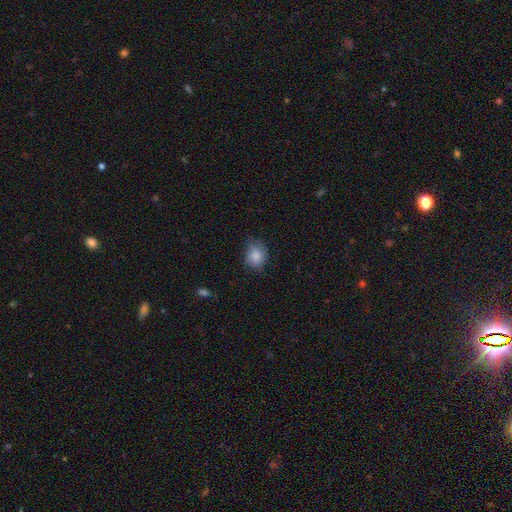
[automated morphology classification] type=smooth (86%); roundness=round (51%); merging=none (64%).